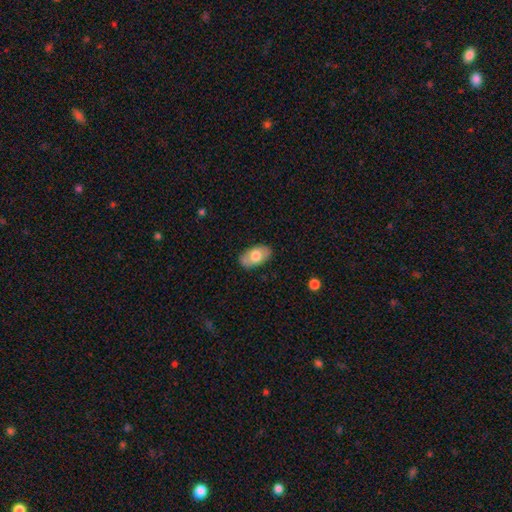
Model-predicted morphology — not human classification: Smooth or featured? Predicted: smooth (p=0.70). How rounded? Predicted: in between (p=0.94). Merging? Predicted: none (p=0.84).